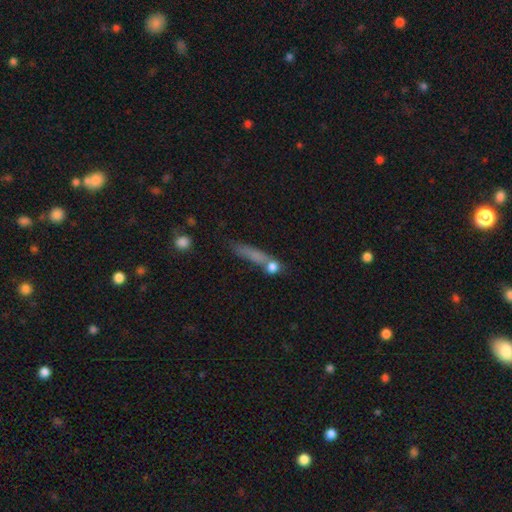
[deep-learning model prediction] Smooth or featured? Predicted: smooth (p=0.61). How rounded? Predicted: cigar-shaped (p=0.79). Merging? Predicted: none (p=0.61).